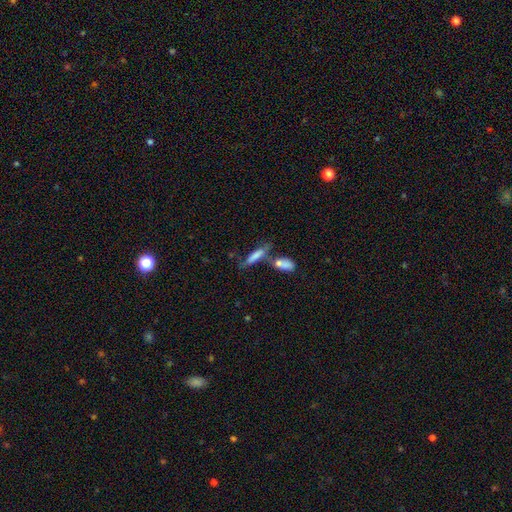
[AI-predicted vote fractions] Smooth or featured? smooth (71%)
How rounded? cigar-shaped (68%)
Merging? none (41%)